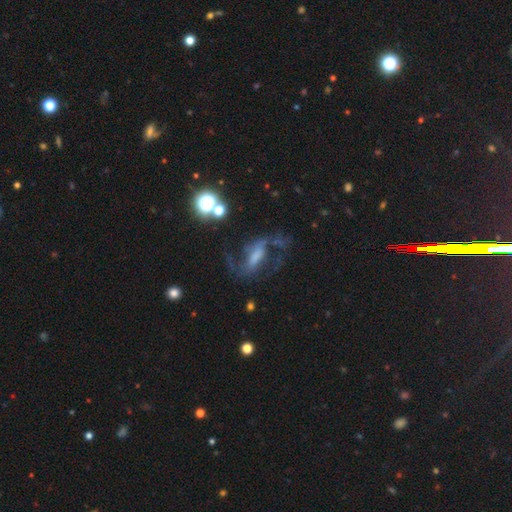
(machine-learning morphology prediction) Smooth or featured? featured or disk (76%)
Edge-on disk? no (94%)
Bar? strong (44%)
Spiral arms? yes (94%)
Spiral winding? loose (49%)
Spiral arm count? 2 (90%)
Bulge size? moderate (30%)
Merging? none (62%)